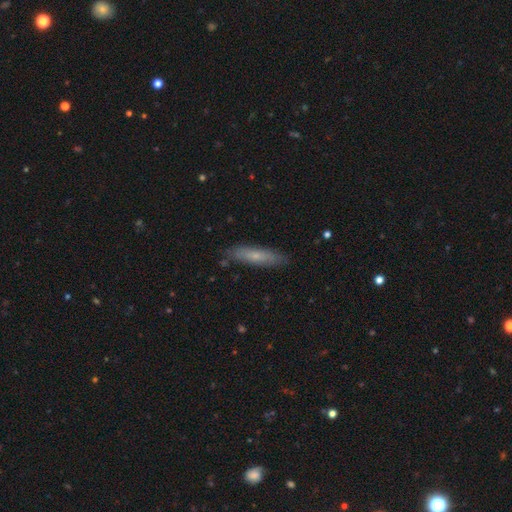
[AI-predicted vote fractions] smooth-or-featured: smooth: 61% | featured or disk: 32% | star or artifact: 7%
  how-rounded: cigar-shaped: 80% | in between: 18% | round: 2%
  merging: none: 84% | minor disturbance: 12% | major disturbance: 2% | merger: 1%